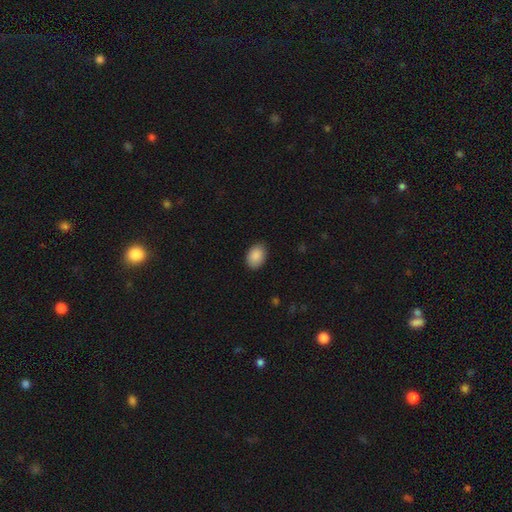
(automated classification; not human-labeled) smooth 90%, star or artifact 6%, featured or disk 3%. Down the decision tree: how rounded — in between (83%); merging — none (86%).